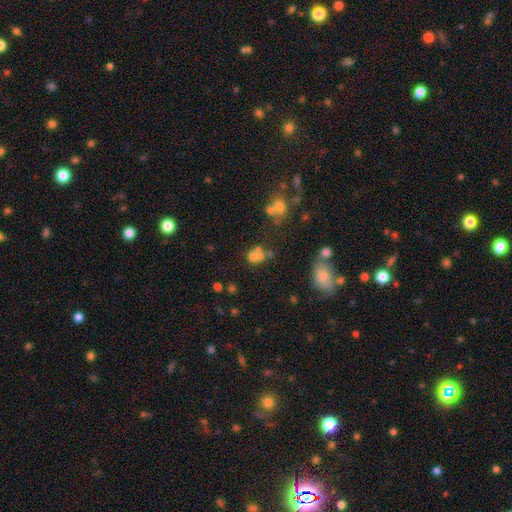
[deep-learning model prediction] This appears to be a smooth galaxy with no disk features (62%) that is round (73%). Merging: merger (44%).